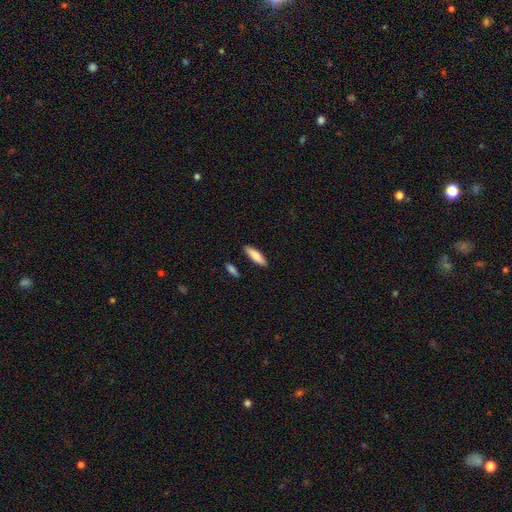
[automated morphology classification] This appears to be a smooth galaxy with no disk features (83%) that is cigar-shaped (57%). Merging: none (85%).